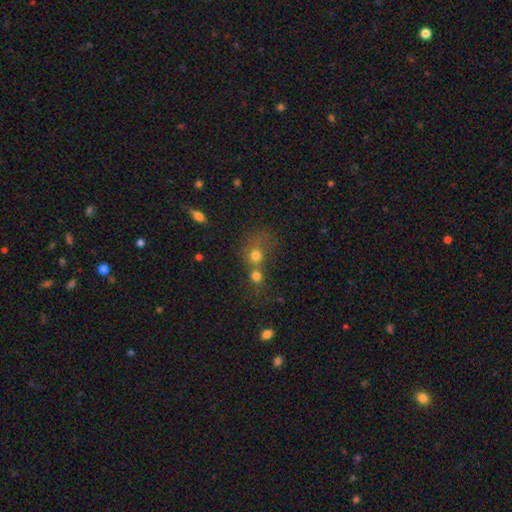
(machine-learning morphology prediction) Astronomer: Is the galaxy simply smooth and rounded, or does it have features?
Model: smooth — 71%.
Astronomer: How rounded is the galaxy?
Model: round — 73%.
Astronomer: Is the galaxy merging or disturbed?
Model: merger — 57%.